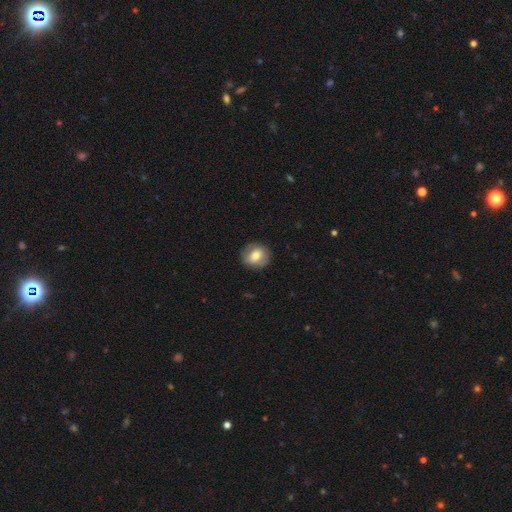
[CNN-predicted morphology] The model was most divided on "smooth or featured": smooth: 69%, featured or disk: 23%, star or artifact: 8%. More confident: merging — none (88%); how rounded — round (79%).